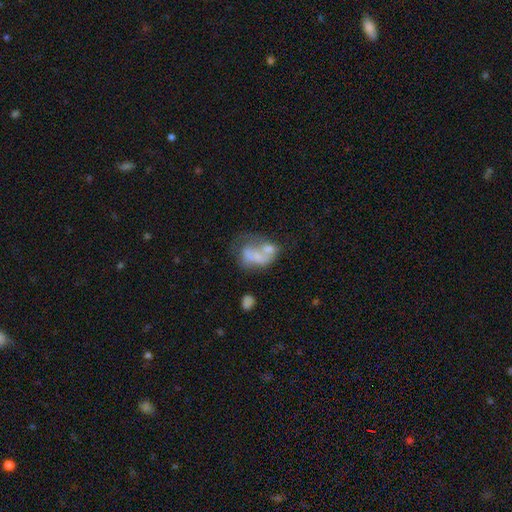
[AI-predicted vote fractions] A featured or disk galaxy (45%). Merging: merger (42%).